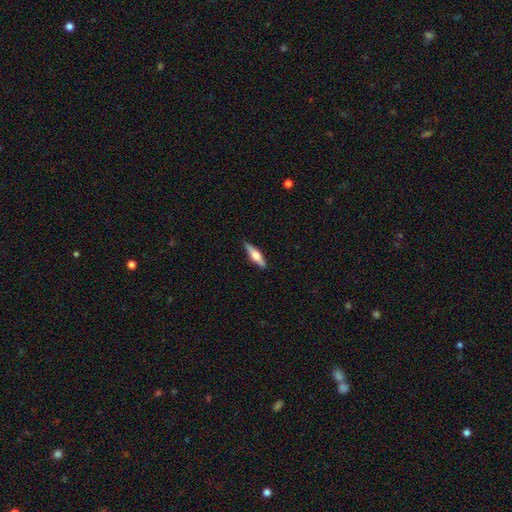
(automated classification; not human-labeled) Q: Smooth or featured?
A: featured or disk (57%); runner-up: smooth (37%)
Q: Edge-on disk?
A: yes (96%); runner-up: no (4%)
Q: Edge-on bulge?
A: rounded (94%); runner-up: boxy (4%)
Q: Merging?
A: none (89%); runner-up: minor disturbance (8%)